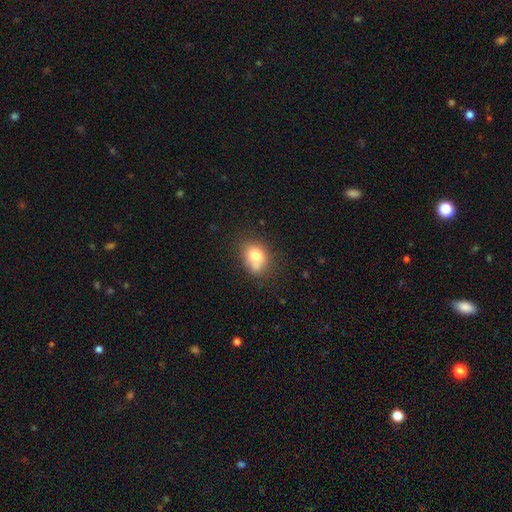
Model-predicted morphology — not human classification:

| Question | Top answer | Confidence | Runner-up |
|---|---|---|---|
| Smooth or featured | smooth | 76% | featured or disk (14%) |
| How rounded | in between | 56% | round (43%) |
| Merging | none | 56% | minor disturbance (25%) |